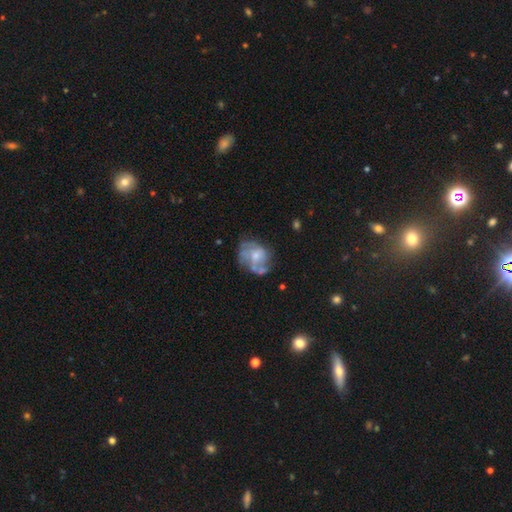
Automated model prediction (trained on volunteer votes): This is likely a featured or disk galaxy (60%). It is clearly not viewed edge-on (98%). Bar: likely no (76%). Spiral arm pattern: possibly no (53%). Central bulge: marginally moderate (44%). Merging: marginally none (45%).